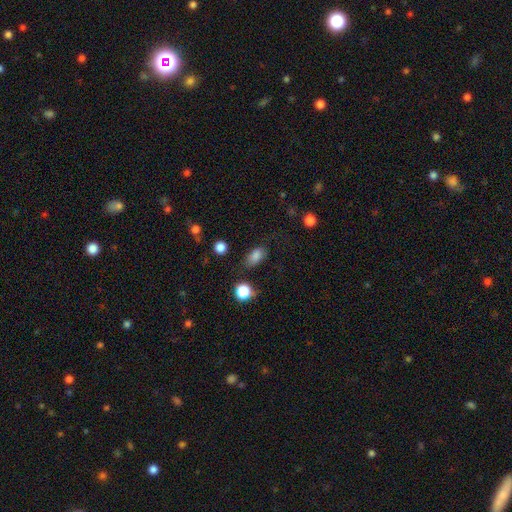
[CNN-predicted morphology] Q: Smooth or featured?
A: smooth (83%); runner-up: star or artifact (11%)
Q: How rounded?
A: in between (86%); runner-up: round (11%)
Q: Merging?
A: none (70%); runner-up: minor disturbance (20%)